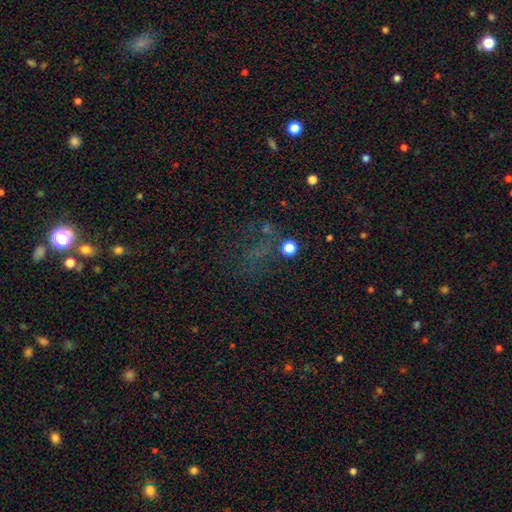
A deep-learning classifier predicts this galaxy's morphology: This appears to be a star or artifact, not a galaxy (48%).